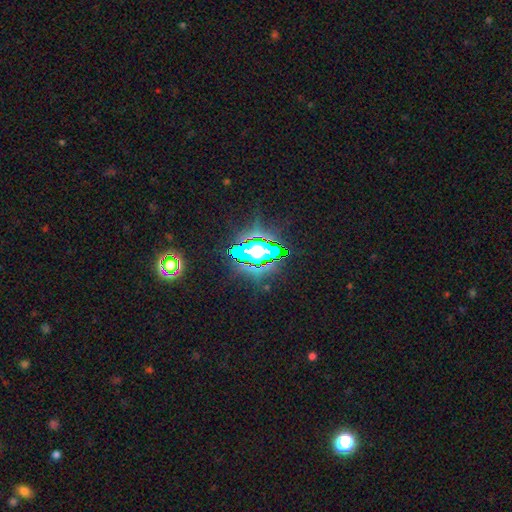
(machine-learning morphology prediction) Smooth or featured: star or artifact — 75% (smooth — 13%)